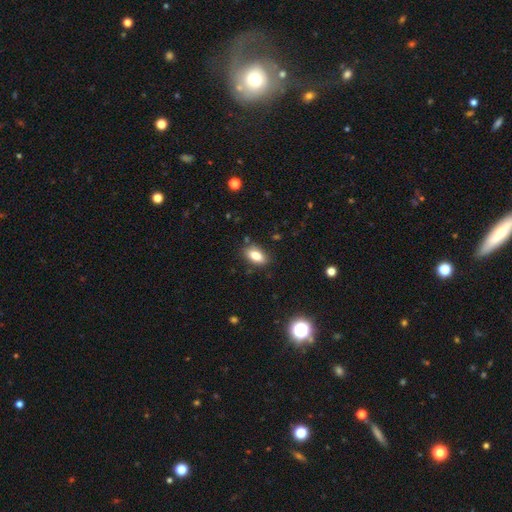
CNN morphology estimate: This appears to be a smooth galaxy with no disk features (83%) that is in between round and cigar-shaped (90%). Merging: none (84%).